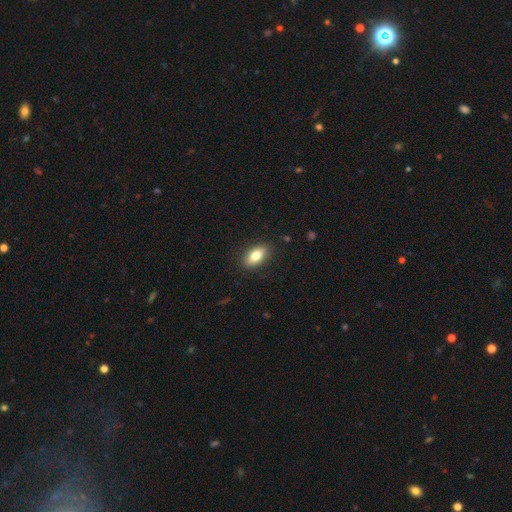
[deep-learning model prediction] Smooth or featured? smooth (79%)
How rounded? in between (87%)
Merging? none (88%)